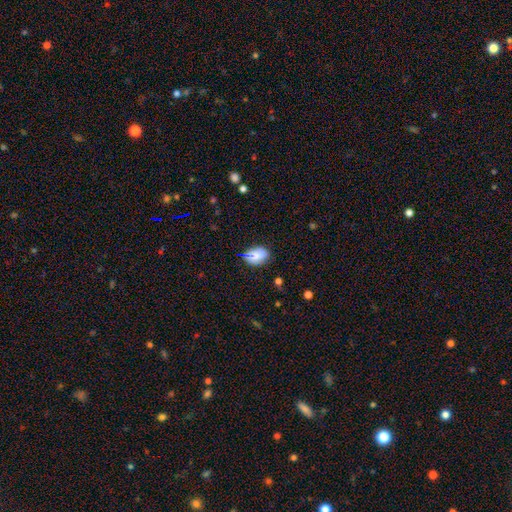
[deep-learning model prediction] A smooth galaxy with no disk features (64%) that is in between round and cigar-shaped (77%). Merging: none (69%).